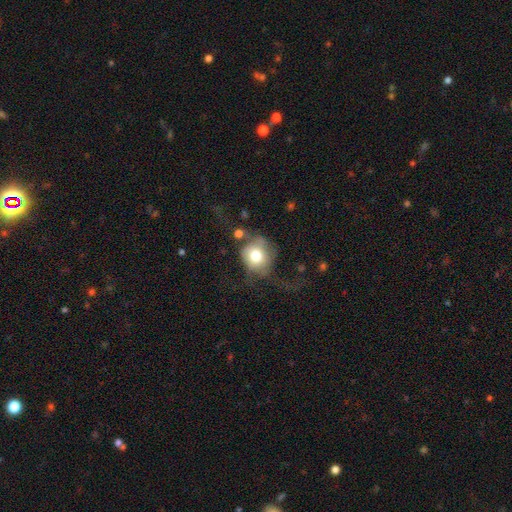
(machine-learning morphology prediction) smooth-or-featured: smooth: 66% | featured or disk: 25% | star or artifact: 9%
  how-rounded: round: 77% | in between: 21% | cigar-shaped: 1%
  merging: major disturbance: 43% | none: 31% | minor disturbance: 19% | merger: 8%